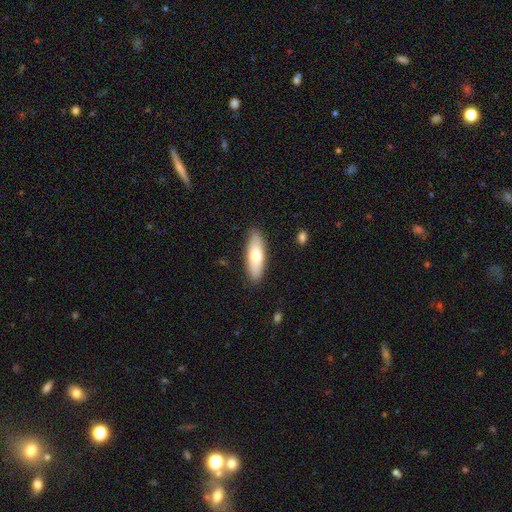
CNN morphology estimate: This is likely a smooth galaxy (68%). How rounded: possibly in between (54%). Merging: clearly none (87%).